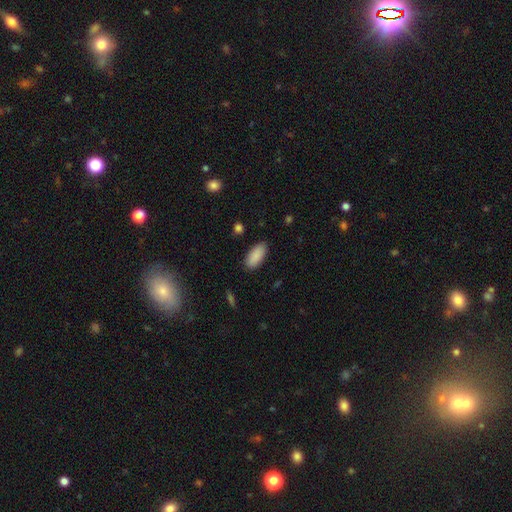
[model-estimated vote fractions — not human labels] Morphology: type=smooth (90%); roundness=in between (89%); merging=none (87%).